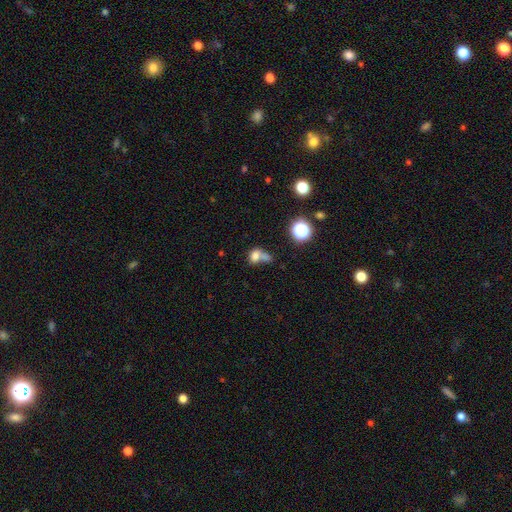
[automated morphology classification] Q: Smooth or featured?
A: smooth (73%); runner-up: star or artifact (14%)
Q: How rounded?
A: in between (59%); runner-up: round (39%)
Q: Merging?
A: merger (55%); runner-up: none (27%)